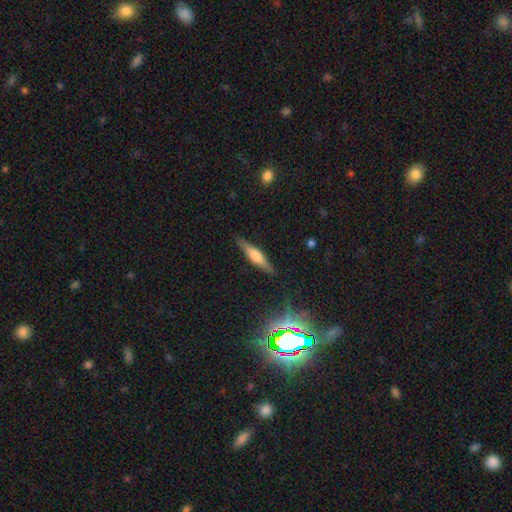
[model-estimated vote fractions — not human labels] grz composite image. It shows a smooth galaxy with no disk features (47%). Merging: none (87%).